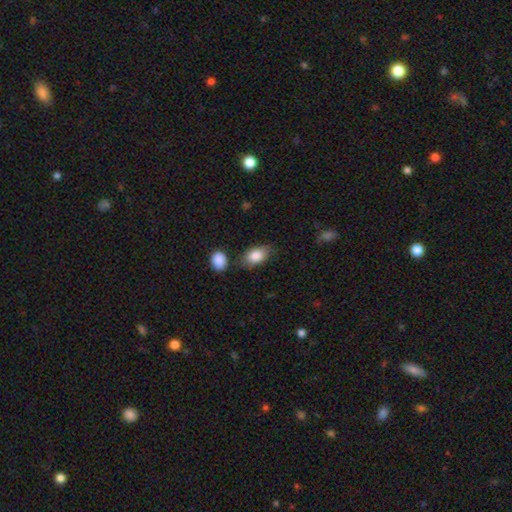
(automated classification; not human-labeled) Smooth or featured?
  - smooth: 84% *
  - featured or disk: 9%
  - star or artifact: 7%
How rounded?
  - in between: 89% *
  - round: 10%
  - cigar-shaped: 2%
Merging?
  - none: 69% *
  - minor disturbance: 20%
  - merger: 7%
  - major disturbance: 5%